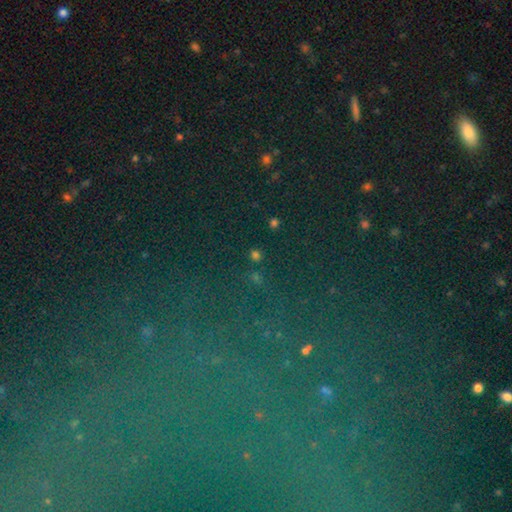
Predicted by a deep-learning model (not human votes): Q: Smooth or featured?
A: star or artifact (71%); runner-up: smooth (17%)